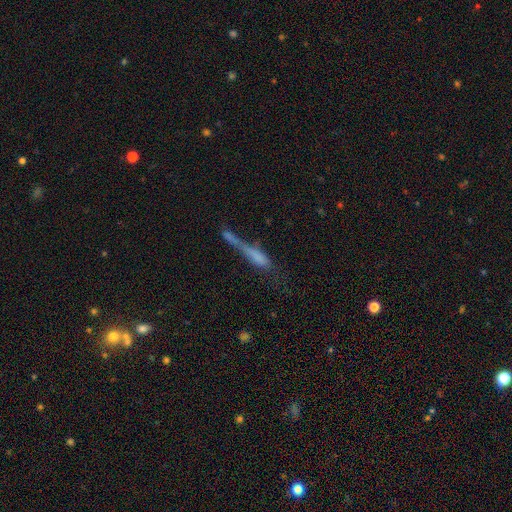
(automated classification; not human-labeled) A smooth galaxy with no disk features (52%) that is cigar-shaped (76%).

Vote fractions:
- Smooth or featured? smooth: 52% / featured or disk: 35% / star or artifact: 13%
- How rounded? cigar-shaped: 76% / in between: 20% / round: 3%
- Merging? merger: 36% / major disturbance: 25% / none: 23% / minor disturbance: 16%